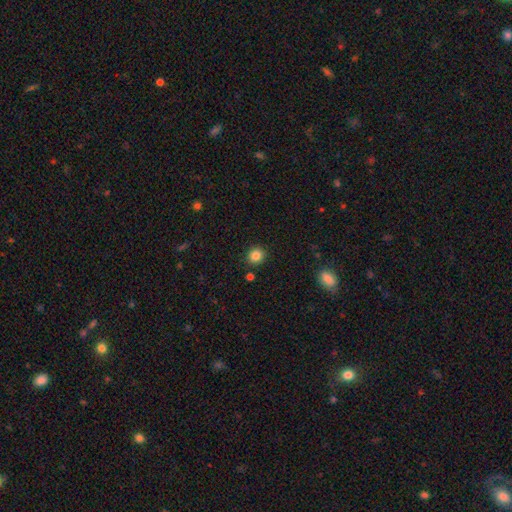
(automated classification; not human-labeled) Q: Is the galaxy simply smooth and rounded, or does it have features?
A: smooth — 85%.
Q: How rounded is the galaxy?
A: round — 85%.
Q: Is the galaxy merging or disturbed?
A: none — 88%.